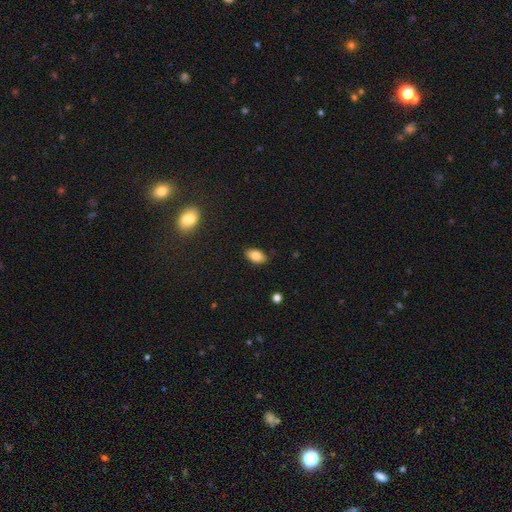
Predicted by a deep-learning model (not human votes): Overall: smooth (83%). How rounded: in between (92%). Merging: none (86%).